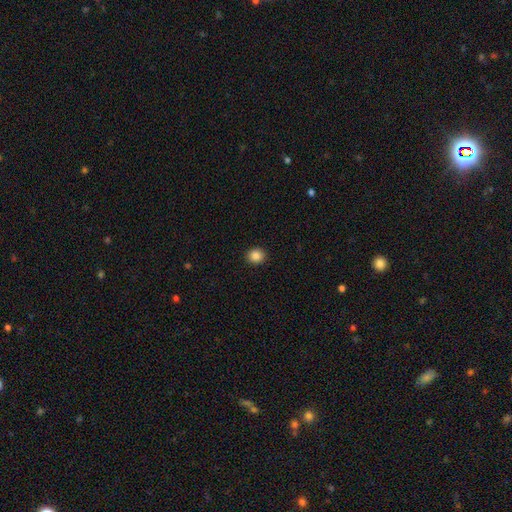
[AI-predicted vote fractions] Smooth or featured?
  - smooth: 87% *
  - star or artifact: 10%
  - featured or disk: 3%
How rounded?
  - round: 82% *
  - in between: 17%
  - cigar-shaped: 1%
Merging?
  - none: 92% *
  - minor disturbance: 5%
  - major disturbance: 2%
  - merger: 1%